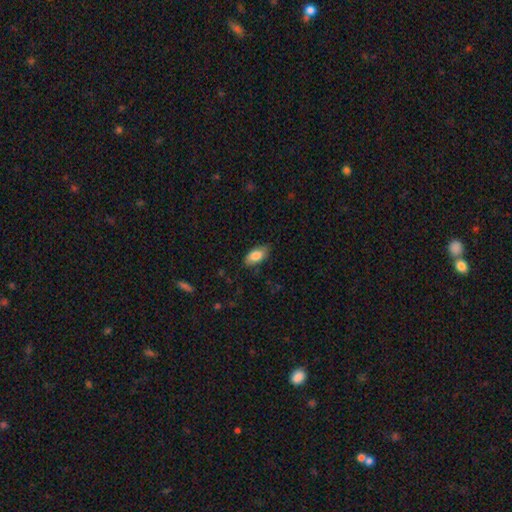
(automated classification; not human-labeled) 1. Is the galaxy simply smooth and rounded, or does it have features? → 83% smooth, 11% featured or disk, 7% star or artifact.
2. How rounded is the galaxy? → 91% in between, 6% cigar-shaped, 3% round.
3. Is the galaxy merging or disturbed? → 78% none, 17% minor disturbance, 3% major disturbance, 1% merger.